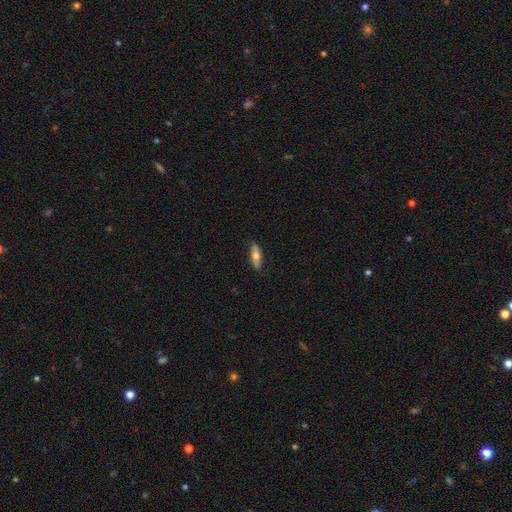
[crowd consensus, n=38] smooth 79%, featured or disk 18%, star or artifact 3%. Down the decision tree: how rounded — in between (53%); merging — none (92%).